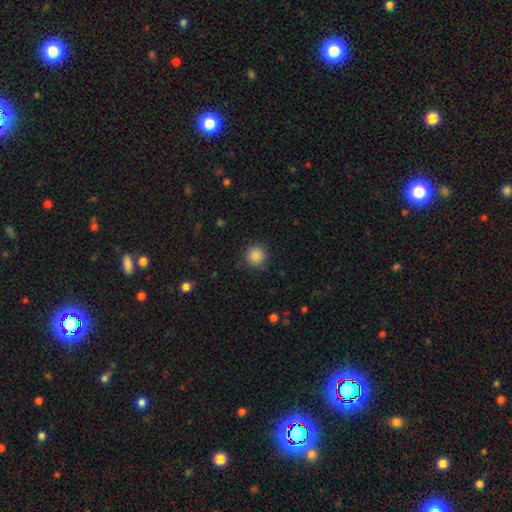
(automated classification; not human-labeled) The model was most divided on "smooth or featured": smooth: 87%, star or artifact: 10%, featured or disk: 3%. More confident: how rounded — round (94%); merging — none (89%).